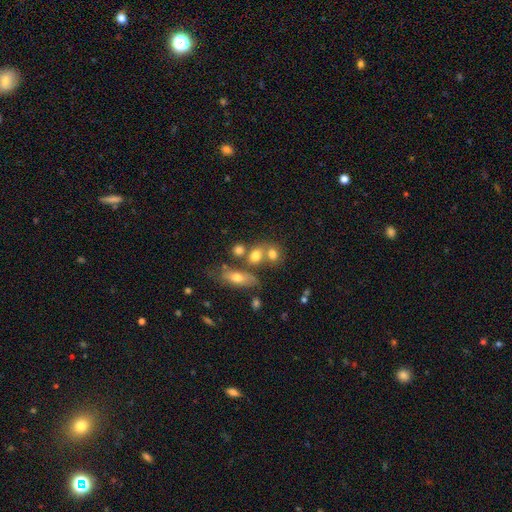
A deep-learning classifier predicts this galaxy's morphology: Smooth or featured: smooth — 73% (featured or disk — 16%)
How rounded: in between — 49% (round — 47%)
Merging: none — 41% (merger — 40%)